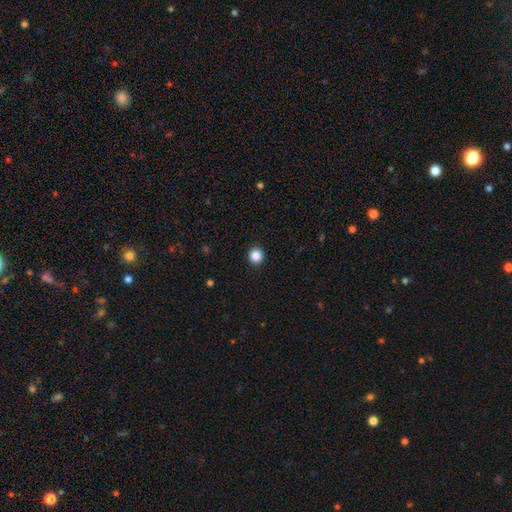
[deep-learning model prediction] A smooth galaxy with no disk features (87%) that is round (96%).

Vote fractions:
- Smooth or featured? smooth: 87% / star or artifact: 10% / featured or disk: 3%
- How rounded? round: 96% / in between: 4% / cigar-shaped: 1%
- Merging? none: 94% / minor disturbance: 4% / major disturbance: 2% / merger: 1%